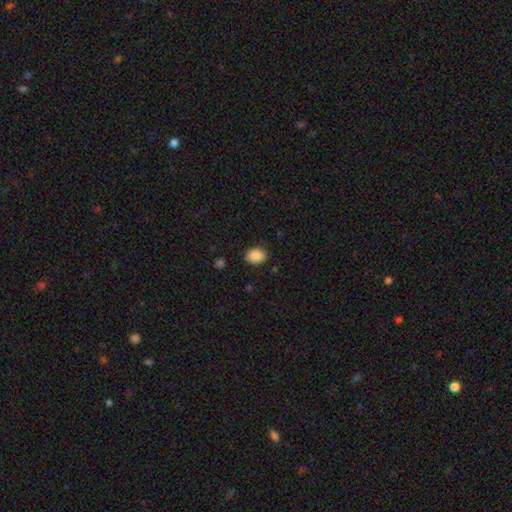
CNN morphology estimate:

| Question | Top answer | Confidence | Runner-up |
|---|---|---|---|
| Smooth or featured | smooth | 88% | star or artifact (8%) |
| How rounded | in between | 64% | round (35%) |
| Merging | none | 86% | minor disturbance (10%) |